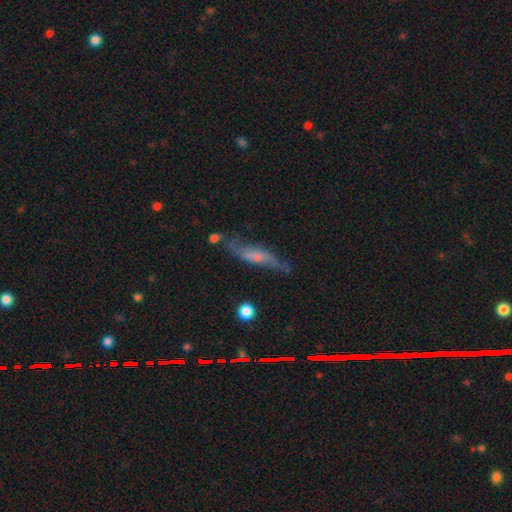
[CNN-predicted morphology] A featured or disk galaxy (60%).

Vote fractions:
- Smooth or featured? featured or disk: 60% / smooth: 31% / star or artifact: 9%
- Edge-on disk? no: 61% / yes: 39%
- Merging? none: 56% / minor disturbance: 27% / major disturbance: 12% / merger: 5%